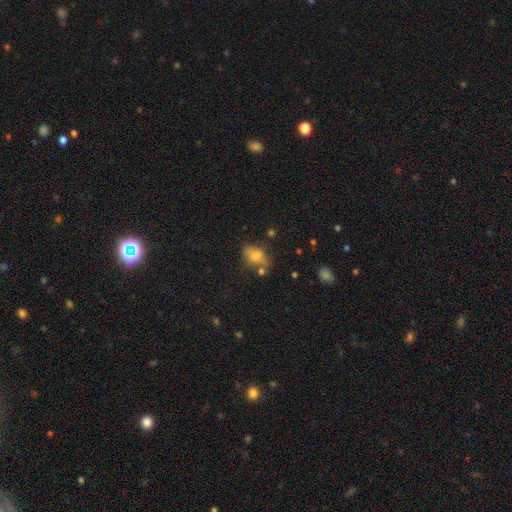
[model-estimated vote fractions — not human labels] smooth_or_featured: smooth (p=0.73) [alt: featured or disk p=0.16]
how_rounded: in between (p=0.80) [alt: round p=0.17]
merging: none (p=0.51) [alt: minor disturbance p=0.26]